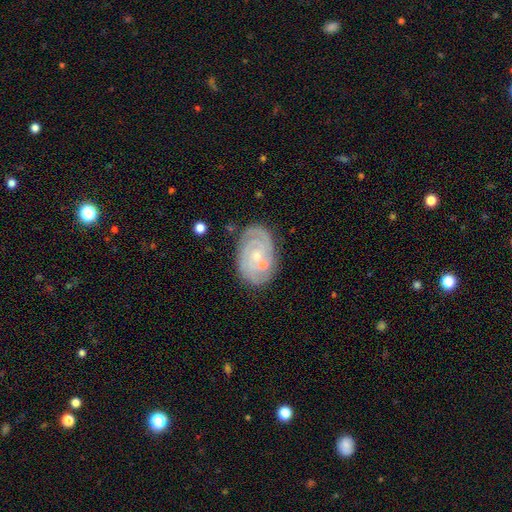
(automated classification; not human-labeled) Morphology: type=featured or disk (81%); edge-on=no (97%); bar=no (67%); spiral arms=yes (95%); winding=tight (70%); arm count=2 (35%); bulge=small (66%); merging=none (70%).